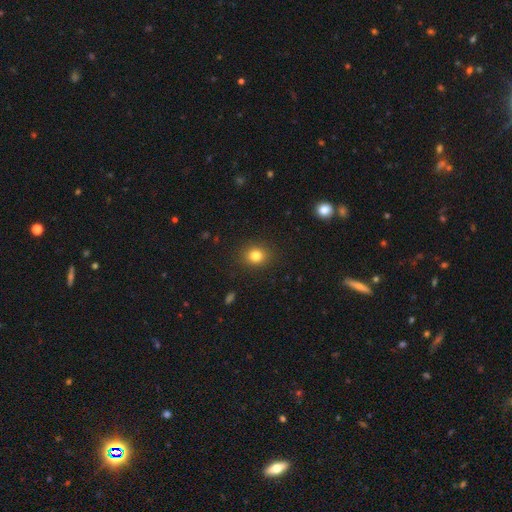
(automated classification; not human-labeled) smooth-or-featured: smooth: 81% | star or artifact: 12% | featured or disk: 7%
  how-rounded: round: 76% | in between: 23% | cigar-shaped: 1%
  merging: none: 89% | minor disturbance: 7% | major disturbance: 2% | merger: 1%